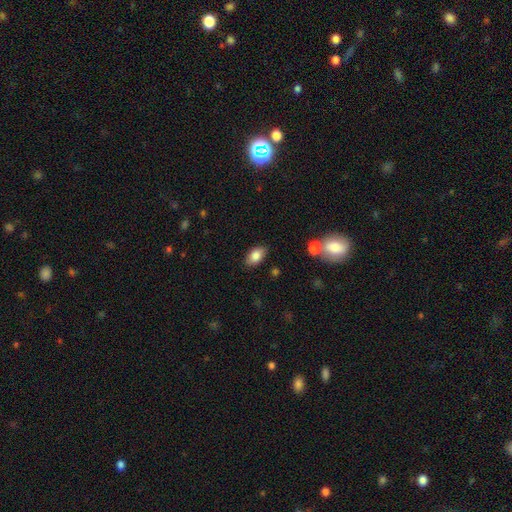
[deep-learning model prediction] A smooth galaxy with no disk features (82%) that is in between round and cigar-shaped (91%).

Vote fractions:
- Smooth or featured? smooth: 82% / featured or disk: 10% / star or artifact: 8%
- How rounded? in between: 91% / round: 6% / cigar-shaped: 2%
- Merging? none: 84% / minor disturbance: 11% / major disturbance: 3% / merger: 2%